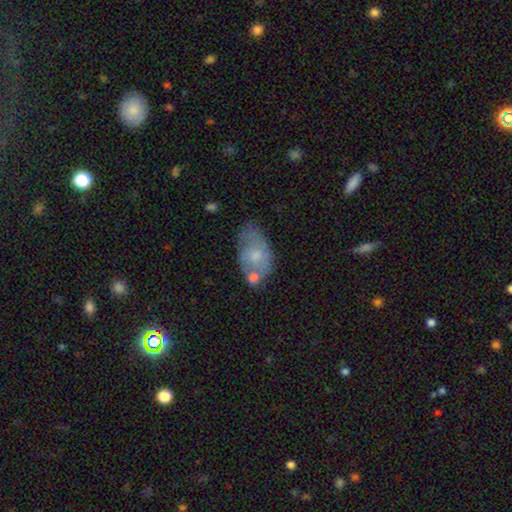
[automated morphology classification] A smooth galaxy with no disk features (56%) that is in between round and cigar-shaped (90%). Merging: none (41%).